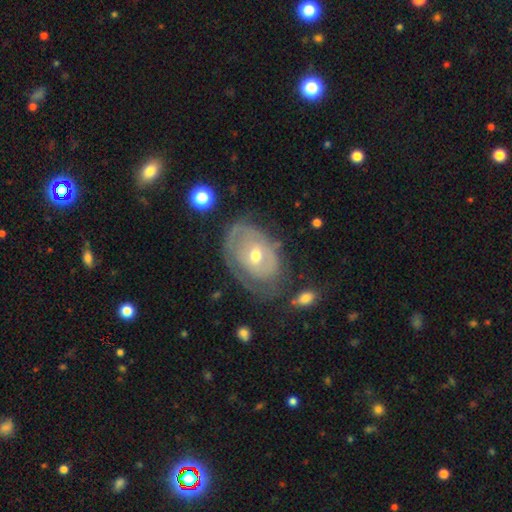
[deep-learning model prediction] smooth-or-featured: featured or disk: 71% | smooth: 23% | star or artifact: 6%
  disk-edge-on: no: 95% | yes: 5%
    bar: no: 66% | weak: 27% | strong: 6%
    has-spiral-arms: yes: 62% | no: 38%
    bulge-size: moderate: 60% | small: 36% | large: 3% | none: 1% | dominant: 1%
  merging: none: 52% | minor disturbance: 26% | major disturbance: 18% | merger: 3%